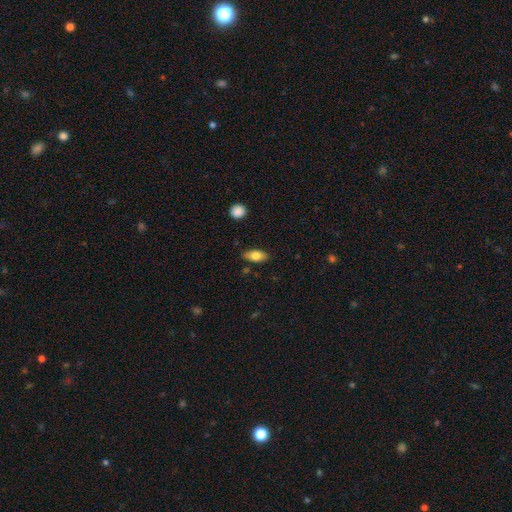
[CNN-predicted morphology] Smooth or featured?
  - smooth: 76% *
  - featured or disk: 17%
  - star or artifact: 7%
How rounded?
  - in between: 87% *
  - cigar-shaped: 9%
  - round: 4%
Merging?
  - none: 85% *
  - minor disturbance: 11%
  - major disturbance: 2%
  - merger: 2%